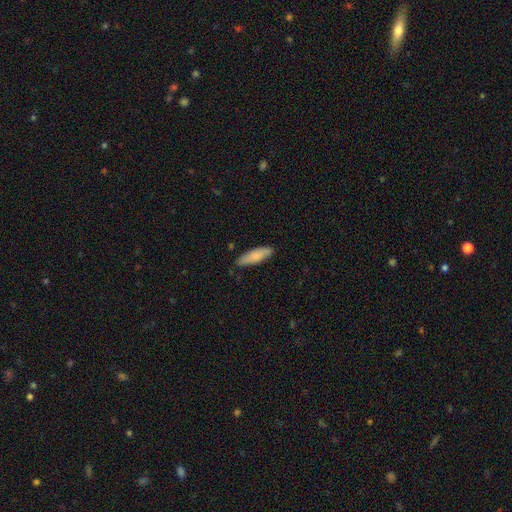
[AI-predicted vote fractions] This appears to be a smooth galaxy with no disk features (82%) that is in between round and cigar-shaped (50%). Merging: none (80%).